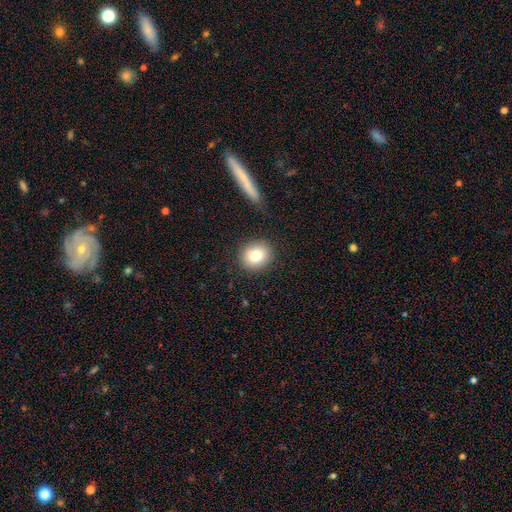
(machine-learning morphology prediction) This is likely a smooth galaxy (79%). How rounded: clearly round (82%). Merging: clearly none (87%).